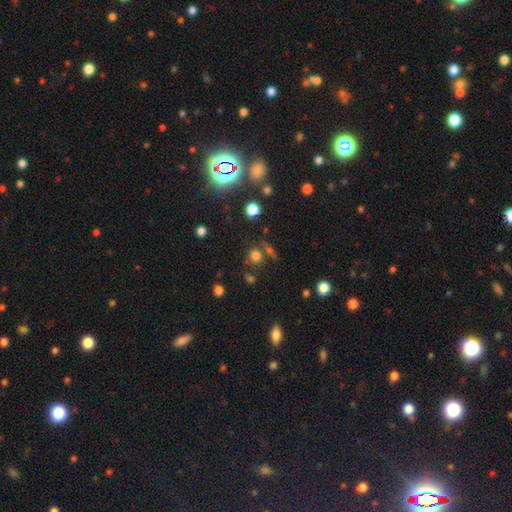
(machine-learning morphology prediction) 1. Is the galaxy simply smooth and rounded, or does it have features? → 71% smooth, 20% star or artifact, 8% featured or disk.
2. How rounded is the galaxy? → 87% round, 11% in between, 2% cigar-shaped.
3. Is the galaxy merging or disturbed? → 69% none, 15% merger, 11% minor disturbance, 5% major disturbance.